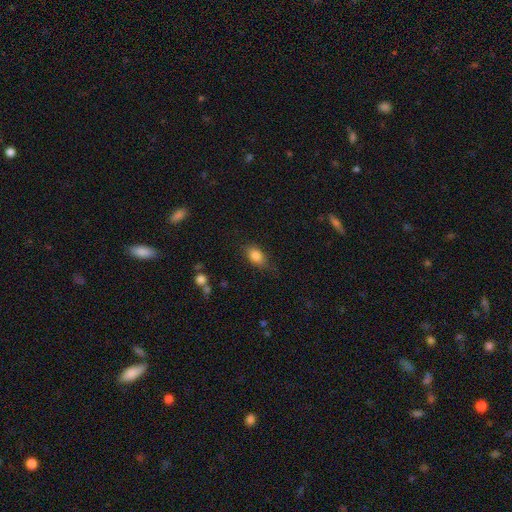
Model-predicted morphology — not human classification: This appears to be a smooth galaxy with no disk features (83%) that is in between round and cigar-shaped (82%). Merging: none (76%).